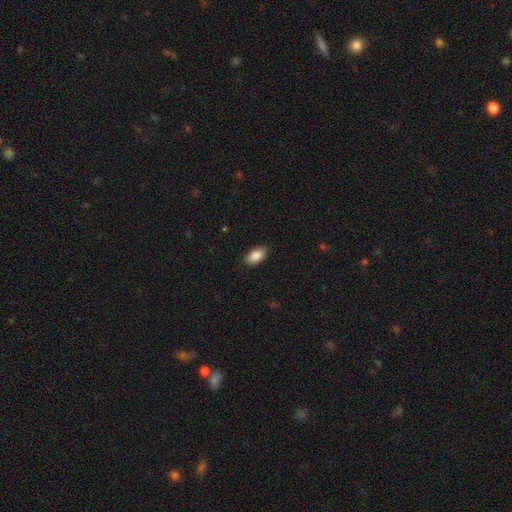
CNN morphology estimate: This appears to be a smooth galaxy with no disk features (88%) that is in between round and cigar-shaped (93%). Merging: none (86%).